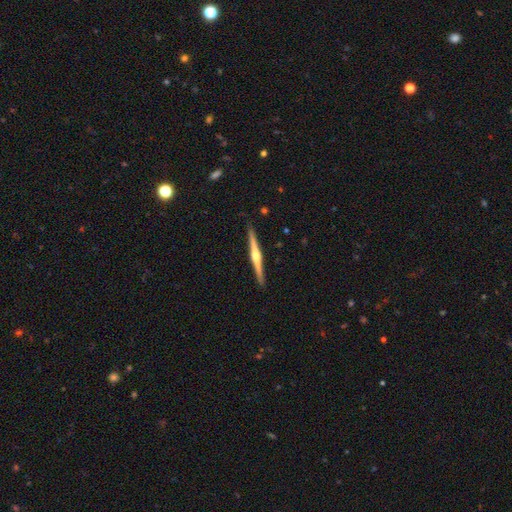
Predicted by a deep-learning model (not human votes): A featured or disk galaxy (79%) viewed edge-on (99%) with a rounded central bulge (90%).

Vote fractions:
- Smooth or featured? featured or disk: 79% / smooth: 16% / star or artifact: 5%
- Edge-on disk? yes: 99% / no: 1%
- Edge-on bulge? rounded: 90% / boxy: 6% / none: 5%
- Merging? none: 91% / minor disturbance: 7% / major disturbance: 1% / merger: 1%